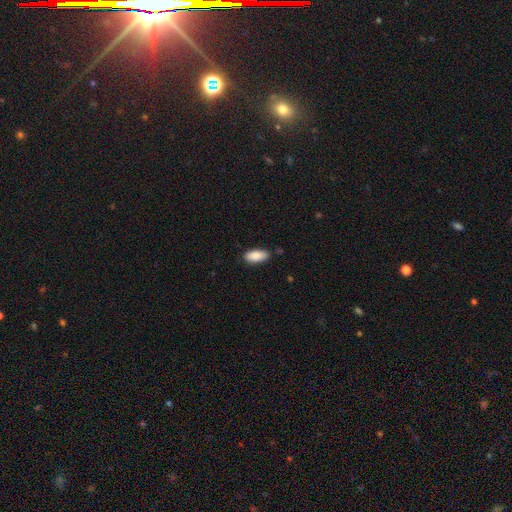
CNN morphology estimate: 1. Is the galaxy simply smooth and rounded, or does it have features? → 89% smooth, 6% star or artifact, 5% featured or disk.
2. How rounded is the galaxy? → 88% in between, 11% cigar-shaped, 2% round.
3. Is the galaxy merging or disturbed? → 83% none, 14% minor disturbance, 2% major disturbance, 1% merger.